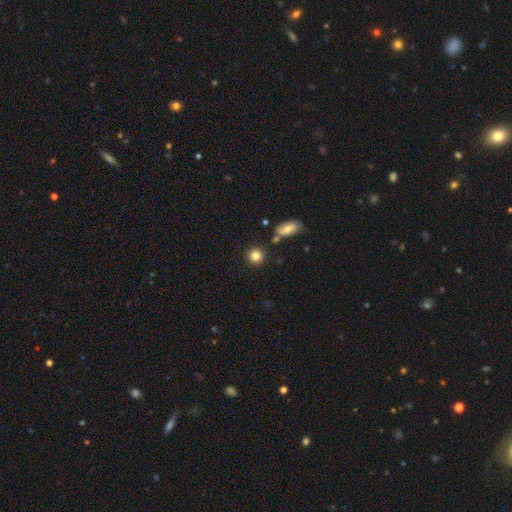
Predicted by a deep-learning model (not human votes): smooth-or-featured: smooth: 83% | star or artifact: 10% | featured or disk: 7%
  how-rounded: round: 89% | in between: 10% | cigar-shaped: 1%
  merging: none: 84% | minor disturbance: 8% | merger: 5% | major disturbance: 3%